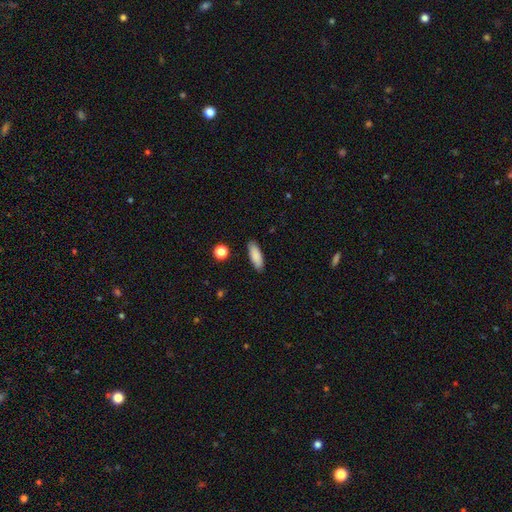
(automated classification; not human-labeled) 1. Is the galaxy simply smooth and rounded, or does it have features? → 87% smooth, 7% star or artifact, 6% featured or disk.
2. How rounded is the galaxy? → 56% in between, 42% cigar-shaped, 2% round.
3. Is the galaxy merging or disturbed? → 88% none, 8% minor disturbance, 2% major disturbance, 2% merger.